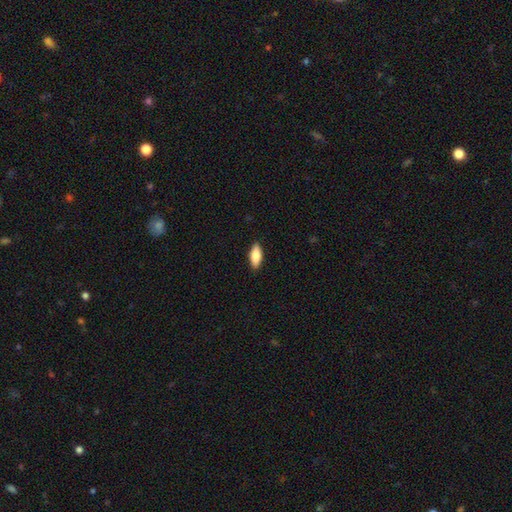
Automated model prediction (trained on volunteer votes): A smooth galaxy with no disk features (83%) that is in between round and cigar-shaped (81%).

Vote fractions:
- Smooth or featured? smooth: 83% / featured or disk: 11% / star or artifact: 6%
- How rounded? in between: 81% / cigar-shaped: 17% / round: 2%
- Merging? none: 89% / minor disturbance: 8% / major disturbance: 2% / merger: 1%